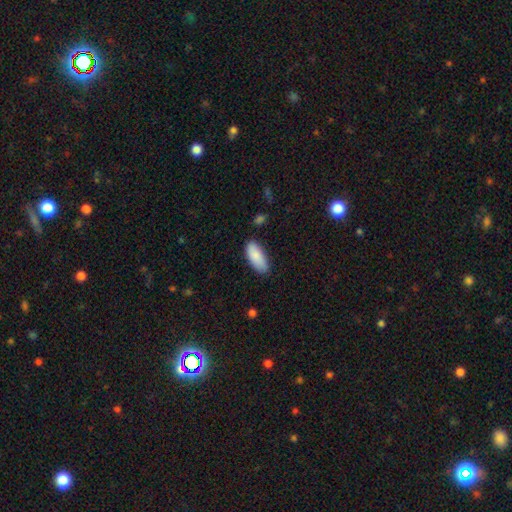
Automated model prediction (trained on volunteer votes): The model was most divided on "merging": none: 81%, minor disturbance: 14%, major disturbance: 3%, merger: 2%. More confident: smooth or featured — smooth (88%); how rounded — in between (86%).